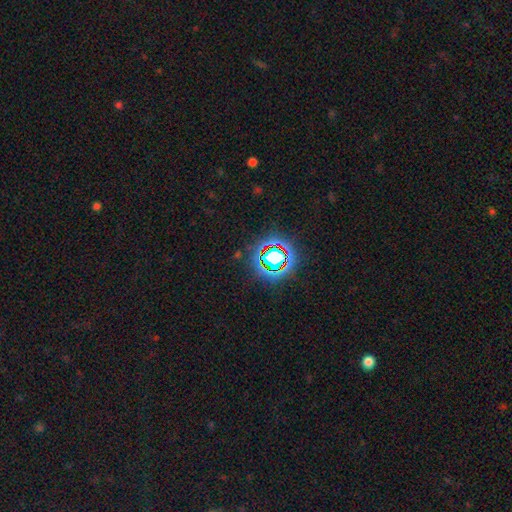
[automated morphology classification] A star or artifact, not a galaxy (80%).